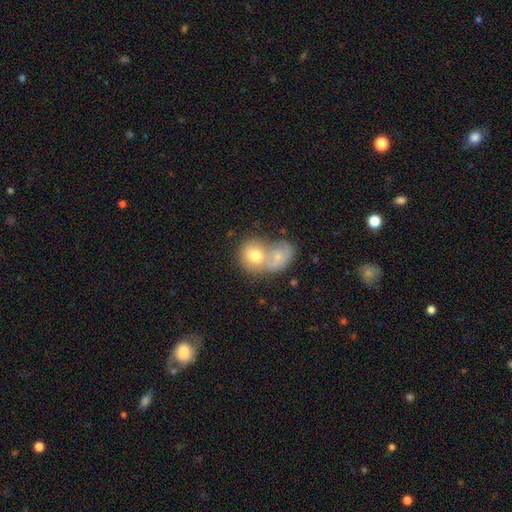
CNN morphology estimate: Smooth or featured?
  - smooth: 69% *
  - featured or disk: 23%
  - star or artifact: 8%
How rounded?
  - round: 65% *
  - in between: 34%
  - cigar-shaped: 1%
Merging?
  - merger: 69% *
  - none: 20%
  - minor disturbance: 7%
  - major disturbance: 4%